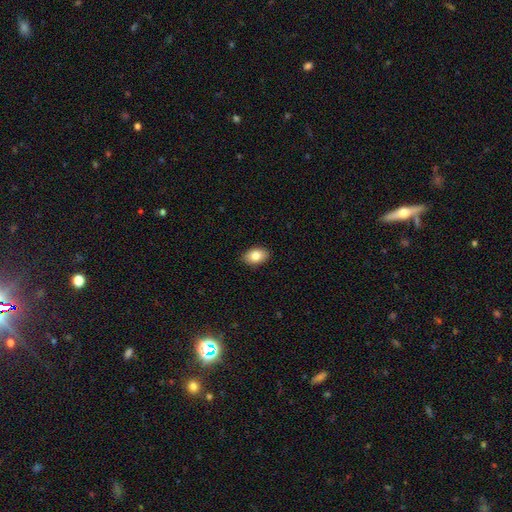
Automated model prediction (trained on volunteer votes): A smooth galaxy with no disk features (83%) that is in between round and cigar-shaped (88%). Merging: none (89%).